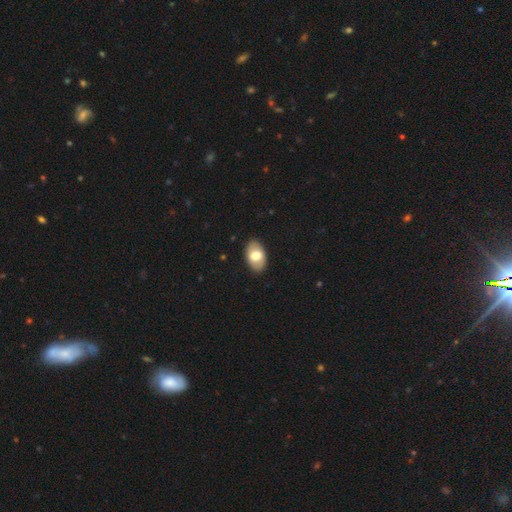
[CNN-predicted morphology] smooth-or-featured: smooth: 69% | featured or disk: 25% | star or artifact: 6%
  how-rounded: in between: 92% | round: 7% | cigar-shaped: 1%
  merging: none: 88% | minor disturbance: 9% | major disturbance: 2% | merger: 1%